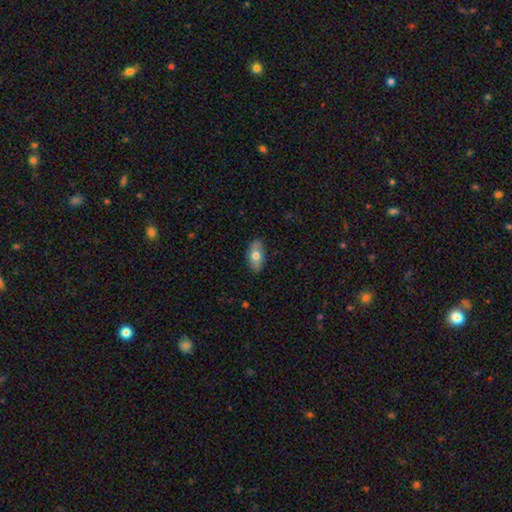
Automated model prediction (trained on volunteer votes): smooth 69%, featured or disk 24%, star or artifact 7%. Down the decision tree: how rounded — in between (91%); merging — none (85%).